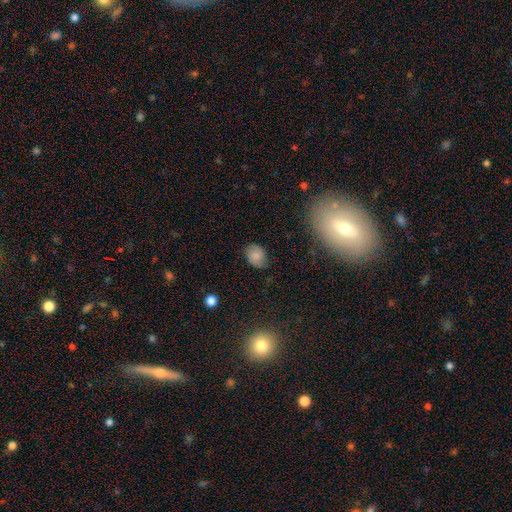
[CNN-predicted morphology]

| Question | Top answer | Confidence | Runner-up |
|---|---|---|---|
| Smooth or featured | smooth | 75% | featured or disk (14%) |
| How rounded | in between | 55% | round (44%) |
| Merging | none | 73% | minor disturbance (21%) |